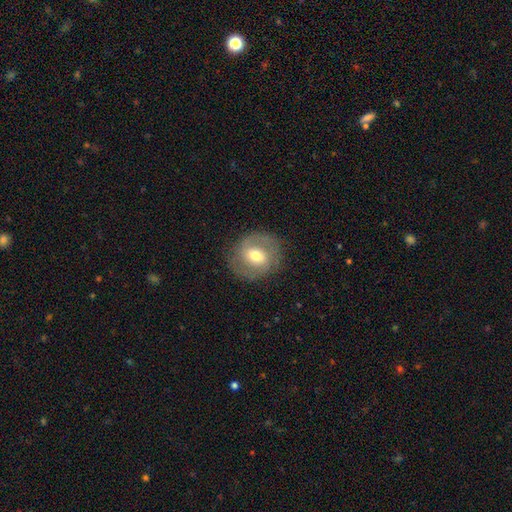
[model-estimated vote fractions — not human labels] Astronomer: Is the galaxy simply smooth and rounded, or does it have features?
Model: featured or disk — 60%.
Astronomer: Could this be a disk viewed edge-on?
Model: no — 96%.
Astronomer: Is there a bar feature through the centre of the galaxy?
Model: weak — 45% (runner-up: no, 36%).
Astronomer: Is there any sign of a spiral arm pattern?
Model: yes — 77%.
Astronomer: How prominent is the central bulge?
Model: moderate — 68%.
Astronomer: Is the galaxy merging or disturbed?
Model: none — 81%.